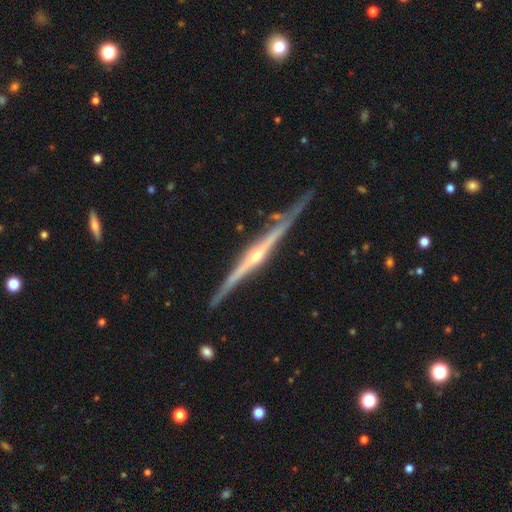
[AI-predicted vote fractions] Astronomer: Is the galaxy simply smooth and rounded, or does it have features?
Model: featured or disk — 88%.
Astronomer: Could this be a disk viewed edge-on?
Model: yes — 98%.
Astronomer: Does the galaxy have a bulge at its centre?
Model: rounded — 78%.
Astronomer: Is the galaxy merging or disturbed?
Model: none — 81%.